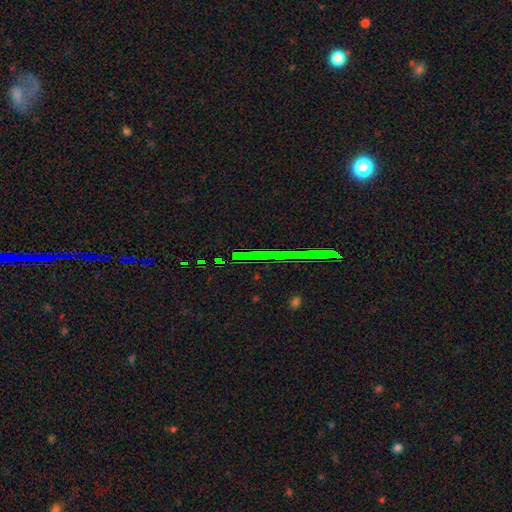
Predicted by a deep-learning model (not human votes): Smooth or featured? star or artifact (66%)